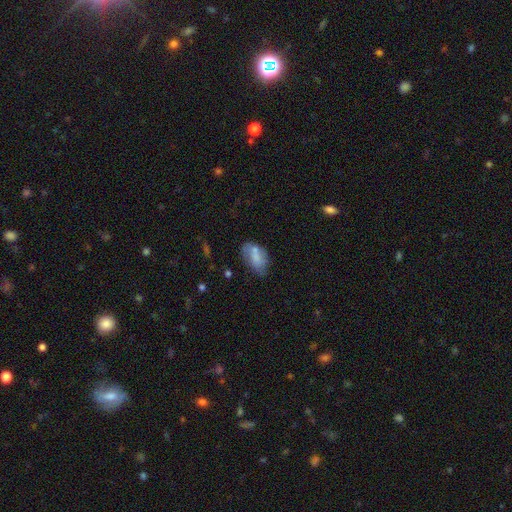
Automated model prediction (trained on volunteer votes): Smooth or featured? smooth (69%)
How rounded? in between (91%)
Merging? none (46%)